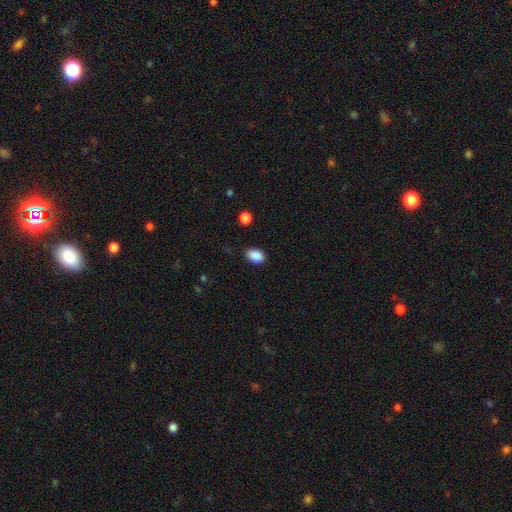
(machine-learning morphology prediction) This appears to be a smooth galaxy with no disk features (89%) that is in between round and cigar-shaped (84%). Merging: none (85%).